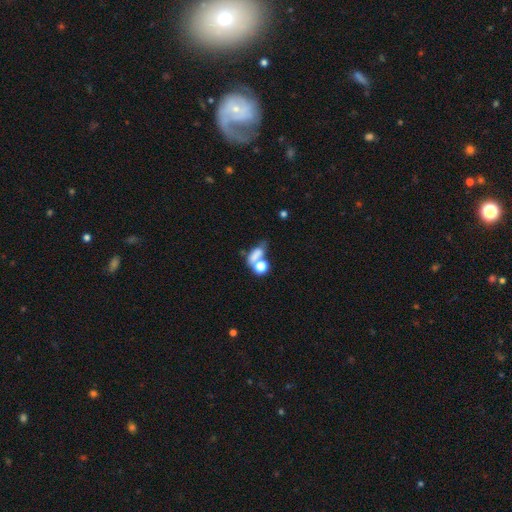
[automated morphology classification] smooth-or-featured: smooth: 66% | featured or disk: 18% | star or artifact: 15%
  how-rounded: in between: 54% | round: 36% | cigar-shaped: 10%
  merging: merger: 42% | none: 29% | major disturbance: 16% | minor disturbance: 13%